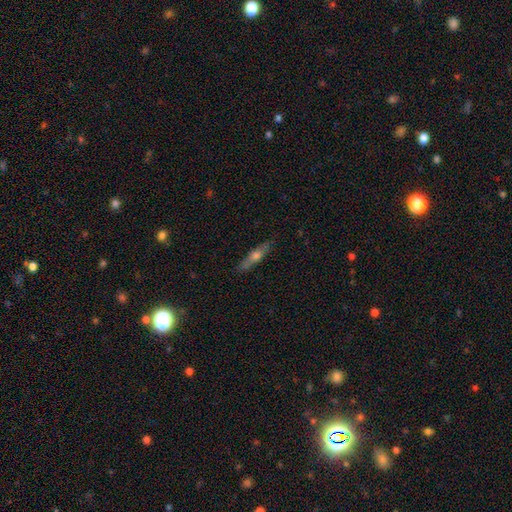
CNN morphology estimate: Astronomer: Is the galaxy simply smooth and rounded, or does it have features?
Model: featured or disk — 54% (runner-up: smooth, 39%).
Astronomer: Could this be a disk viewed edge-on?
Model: yes — 87%.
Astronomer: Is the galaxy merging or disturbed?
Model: none — 84%.